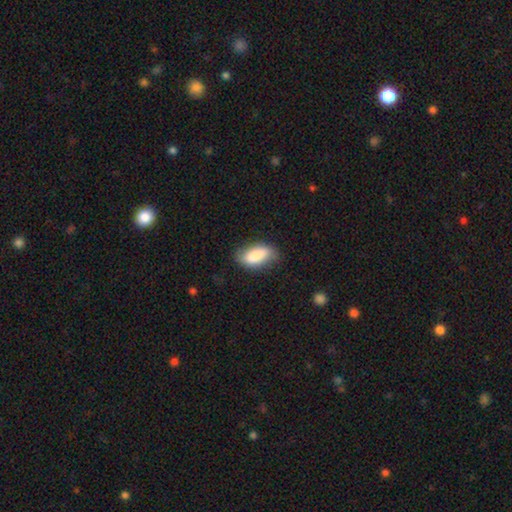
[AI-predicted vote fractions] Smooth or featured? smooth (81%)
How rounded? in between (88%)
Merging? none (68%)